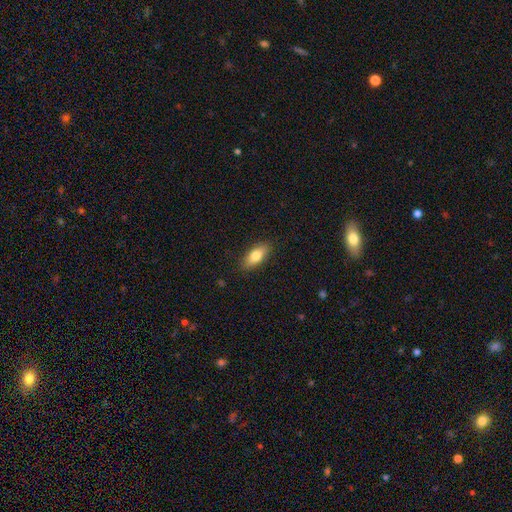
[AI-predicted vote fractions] A smooth galaxy with no disk features (79%) that is in between round and cigar-shaped (81%).

Vote fractions:
- Smooth or featured? smooth: 79% / featured or disk: 15% / star or artifact: 7%
- How rounded? in between: 81% / cigar-shaped: 16% / round: 3%
- Merging? none: 87% / minor disturbance: 10% / major disturbance: 2% / merger: 1%